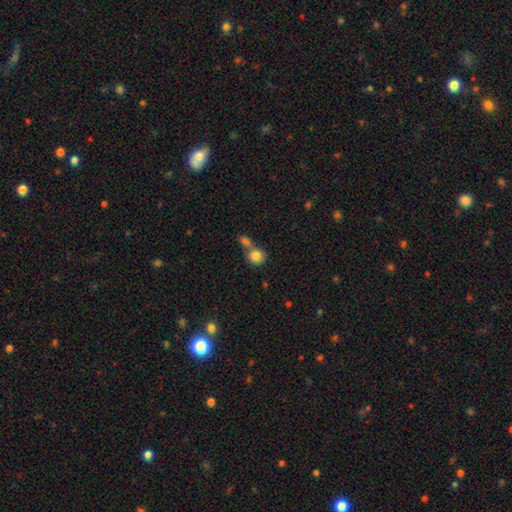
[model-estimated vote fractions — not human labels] Smooth or featured?
  - smooth: 84% *
  - star or artifact: 9%
  - featured or disk: 7%
How rounded?
  - round: 82% *
  - in between: 16%
  - cigar-shaped: 1%
Merging?
  - none: 47% *
  - merger: 41%
  - minor disturbance: 9%
  - major disturbance: 4%